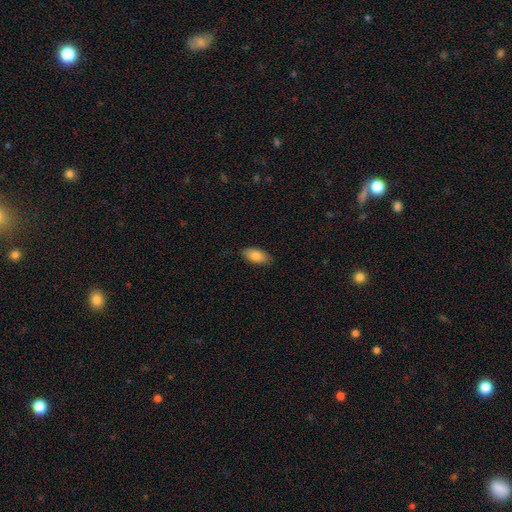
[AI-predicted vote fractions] smooth 83%, featured or disk 11%, star or artifact 7%. Down the decision tree: how rounded — in between (93%); merging — none (85%).